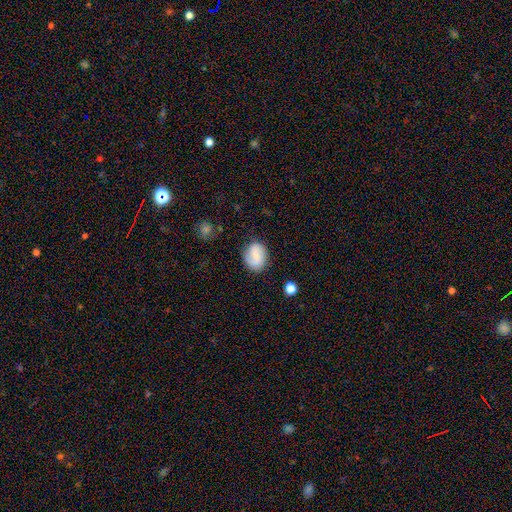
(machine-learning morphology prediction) Smooth or featured? Predicted: smooth (p=0.58). How rounded? Predicted: in between (p=0.49, tied with round). Merging? Predicted: none (p=0.78).